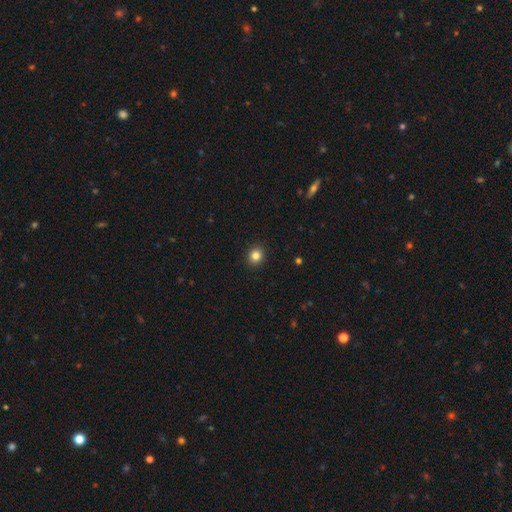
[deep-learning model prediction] This is clearly a smooth galaxy (83%). How rounded: clearly round (84%). Merging: clearly none (93%).